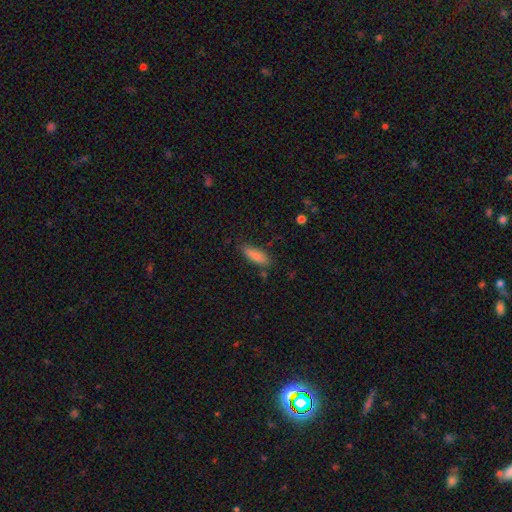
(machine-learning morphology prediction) This is clearly a smooth galaxy (85%). How rounded: possibly in between (57%). Merging: likely none (77%).